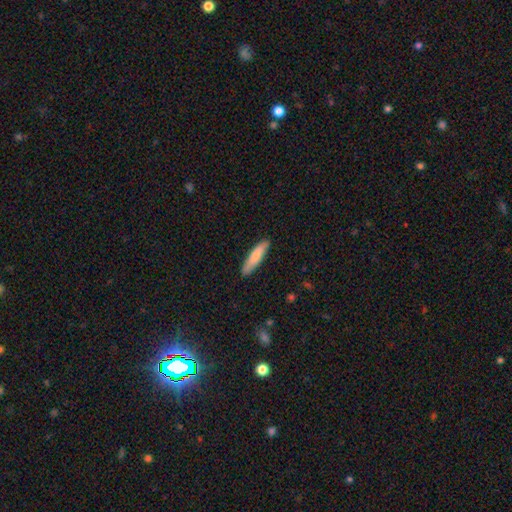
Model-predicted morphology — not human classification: Smooth or featured? Predicted: smooth (p=0.81). How rounded? Predicted: cigar-shaped (p=0.79). Merging? Predicted: none (p=0.88).